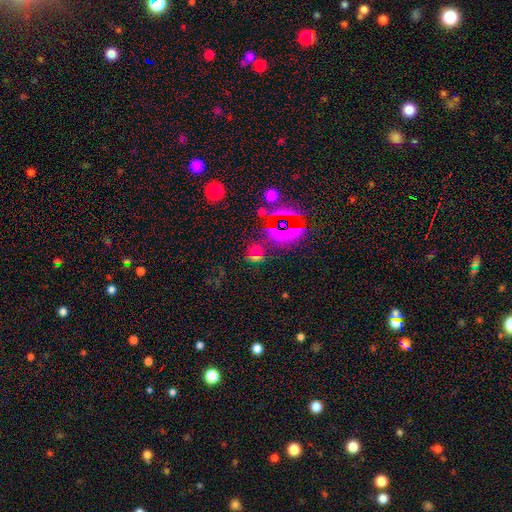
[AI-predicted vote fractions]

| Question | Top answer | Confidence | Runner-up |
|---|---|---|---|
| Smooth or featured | star or artifact | 54% | smooth (37%) |